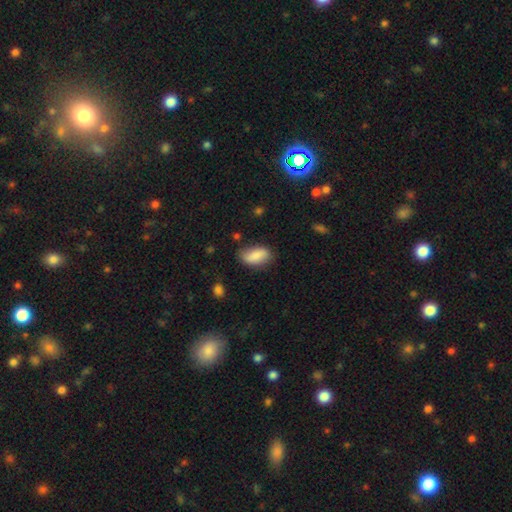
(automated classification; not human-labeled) smooth 81%, featured or disk 12%, star or artifact 7%. Down the decision tree: how rounded — in between (92%); merging — none (72%).